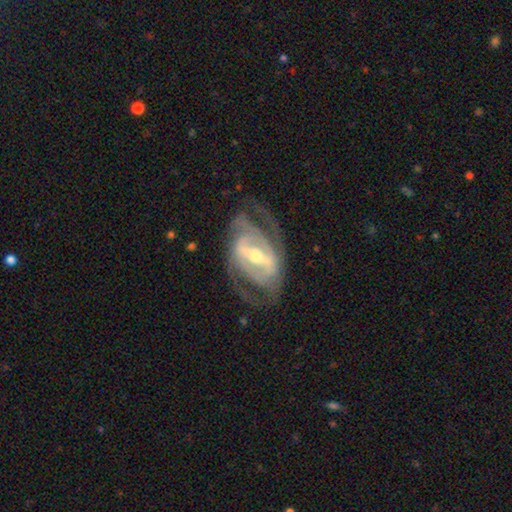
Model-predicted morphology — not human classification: Overall: featured or disk (89%). Edge-on disk: no (94%). Bar: strong (68%). Spiral arms: yes (90%). Spiral arm count: 2 (68%). Spiral winding: medium (45%; tight 37%). Bulge size: moderate (62%; small 31%). Merging: none (68%).